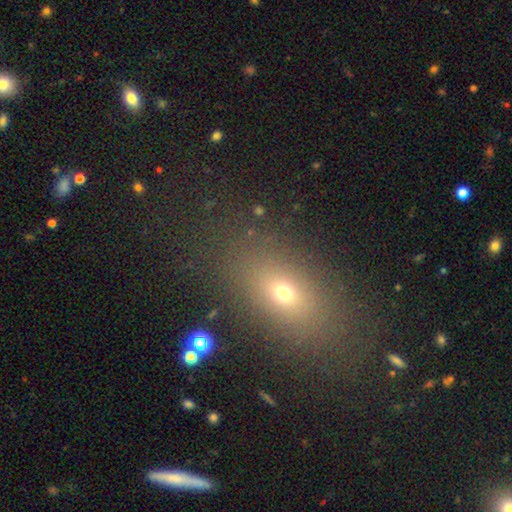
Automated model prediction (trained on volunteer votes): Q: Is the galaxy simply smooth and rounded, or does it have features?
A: smooth — 61%.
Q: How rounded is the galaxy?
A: in between — 70%.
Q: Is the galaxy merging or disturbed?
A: none — 84%.